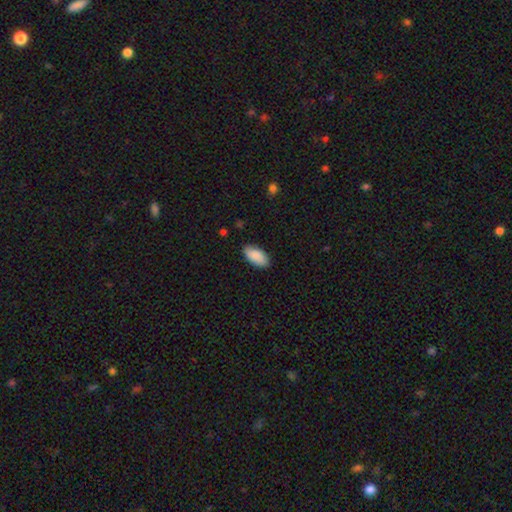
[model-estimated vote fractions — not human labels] smooth-or-featured: smooth: 87% | featured or disk: 7% | star or artifact: 6%
  how-rounded: in between: 94% | cigar-shaped: 4% | round: 2%
  merging: none: 85% | minor disturbance: 11% | major disturbance: 2% | merger: 1%